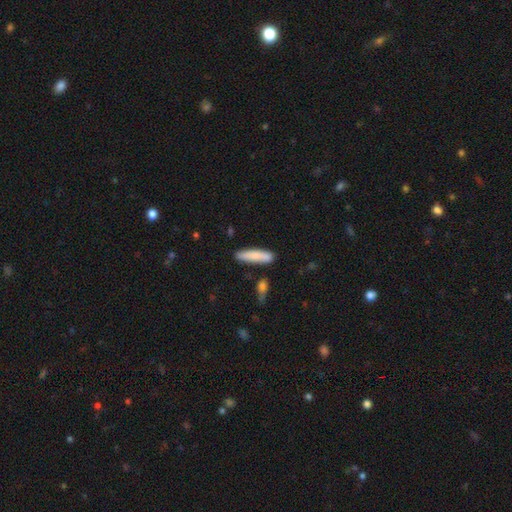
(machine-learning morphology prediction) Smooth or featured? smooth (78%)
How rounded? cigar-shaped (78%)
Merging? none (81%)